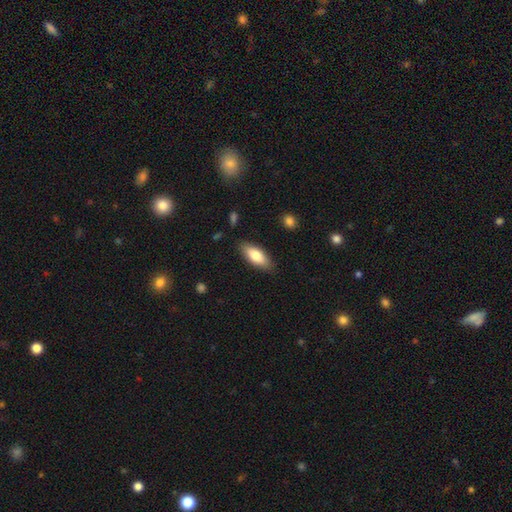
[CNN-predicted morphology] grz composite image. It shows a smooth galaxy with no disk features (77%) that is in between round and cigar-shaped (77%). Merging: none (85%).